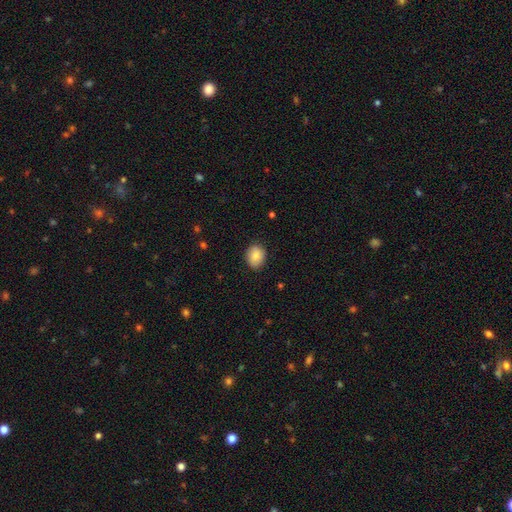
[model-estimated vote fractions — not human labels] Smooth or featured? smooth (84%)
How rounded? round (51%)
Merging? none (85%)